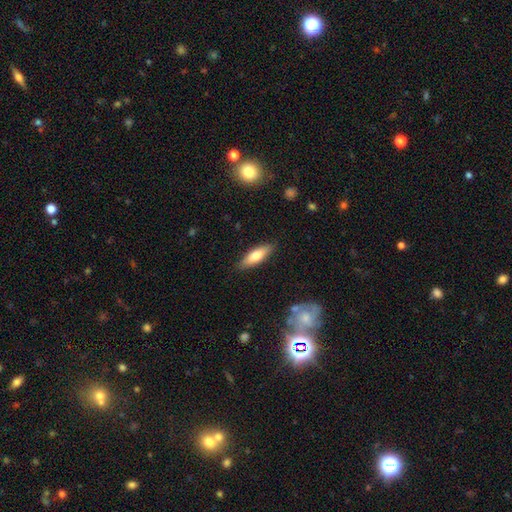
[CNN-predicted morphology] This is likely a smooth galaxy (69%). How rounded: possibly in between (52%). Merging: clearly none (85%).